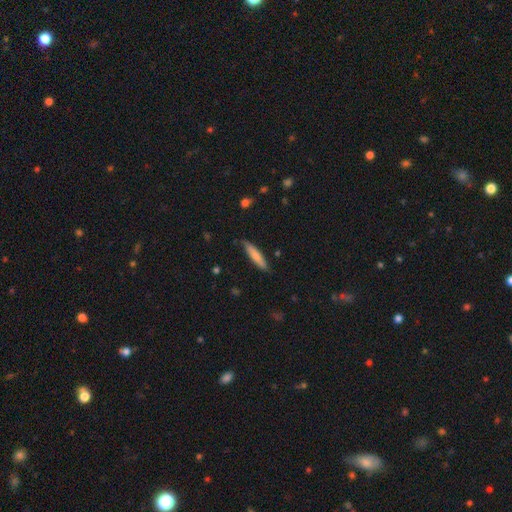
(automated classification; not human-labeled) smooth_or_featured: smooth (p=0.74) [alt: featured or disk p=0.20]
how_rounded: cigar-shaped (p=0.85) [alt: in between p=0.13]
merging: none (p=0.79) [alt: minor disturbance p=0.17]